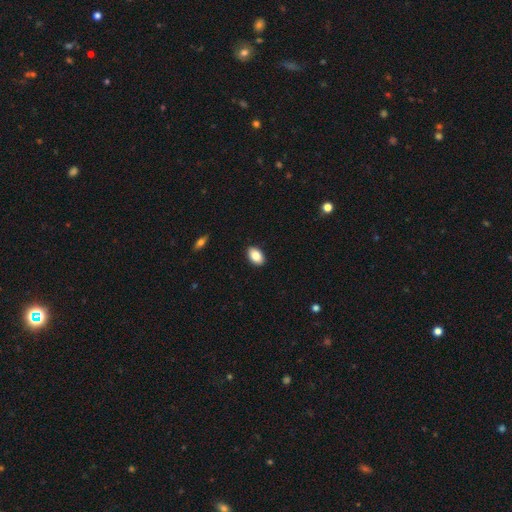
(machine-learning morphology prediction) This is clearly a smooth galaxy (87%). How rounded: clearly in between (91%). Merging: clearly none (90%).